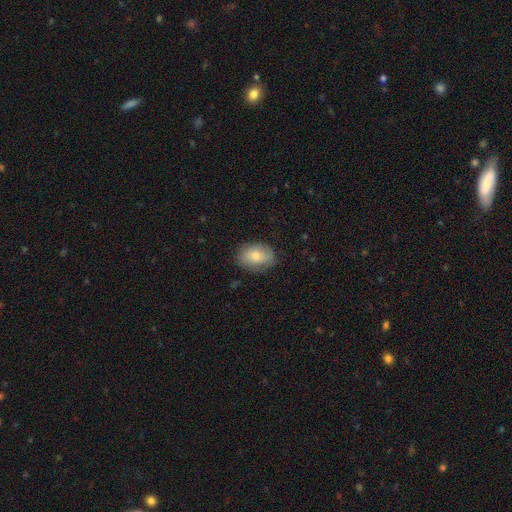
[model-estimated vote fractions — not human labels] Morphology: type=smooth (73%); roundness=in between (77%); merging=none (80%).